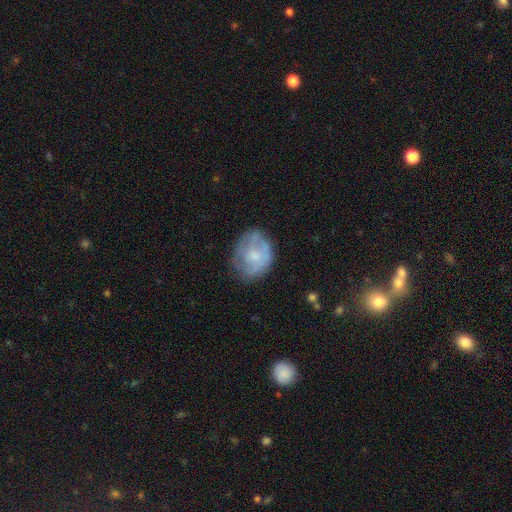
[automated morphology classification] Smooth or featured? Predicted: featured or disk (p=0.48). Merging? Predicted: none (p=0.63).